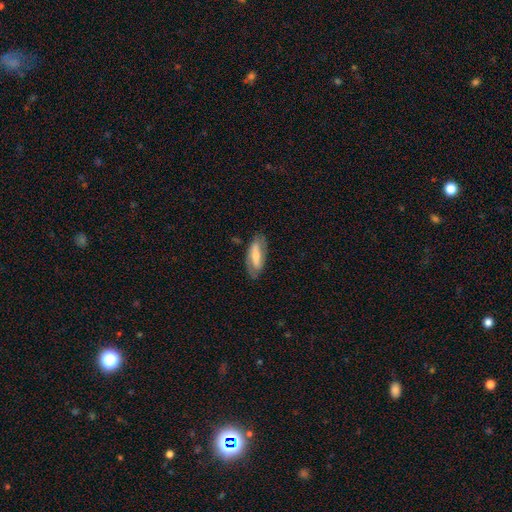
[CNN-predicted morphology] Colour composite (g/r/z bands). It shows a featured or disk galaxy (53%). Merging: none (75%).